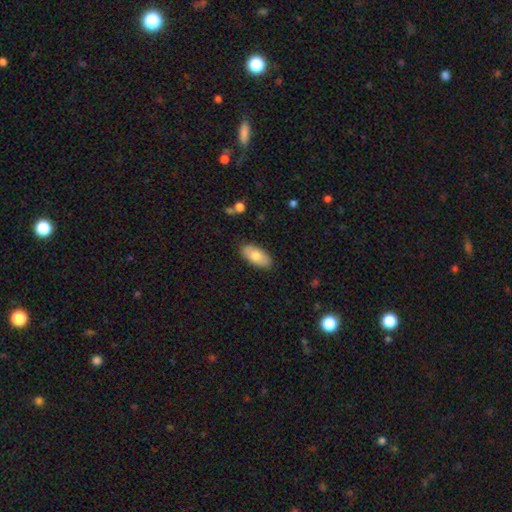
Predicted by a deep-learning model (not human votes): smooth 74%, featured or disk 20%, star or artifact 6%. Down the decision tree: how rounded — in between (92%); merging — none (87%).